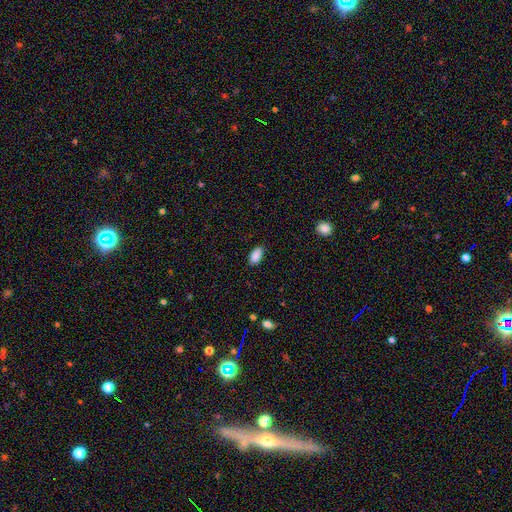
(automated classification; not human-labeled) smooth-or-featured: smooth: 89% | star or artifact: 8% | featured or disk: 4%
  how-rounded: in between: 93% | round: 4% | cigar-shaped: 3%
  merging: none: 84% | minor disturbance: 13% | major disturbance: 2% | merger: 1%